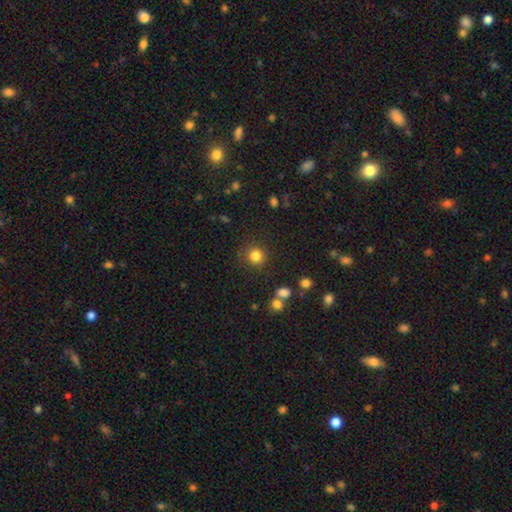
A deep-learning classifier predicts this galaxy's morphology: A smooth galaxy with no disk features (83%) that is round (90%). Merging: none (85%).